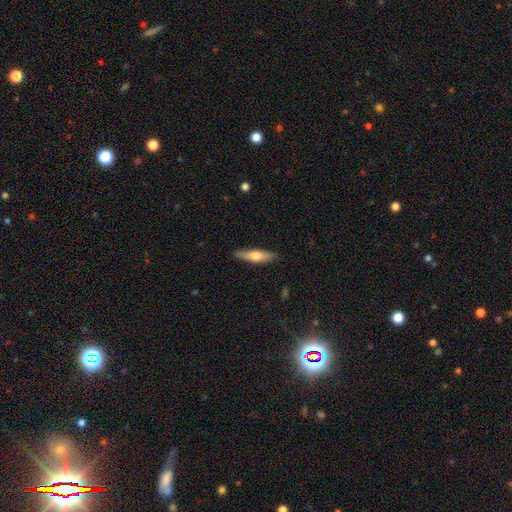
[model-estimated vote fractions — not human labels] smooth-or-featured: smooth: 58% | featured or disk: 36% | star or artifact: 6%
  how-rounded: cigar-shaped: 73% | in between: 25% | round: 2%
  merging: none: 86% | minor disturbance: 11% | major disturbance: 2% | merger: 1%